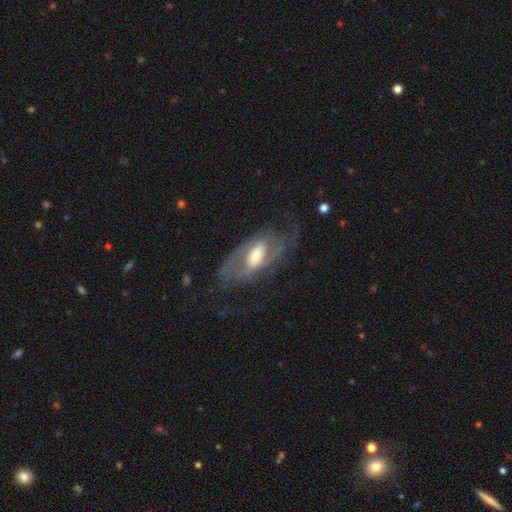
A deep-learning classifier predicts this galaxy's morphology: Smooth or featured: featured or disk — 80% (smooth — 14%)
Edge-on disk: no — 92% (yes — 8%)
Bar: weak — 44% (strong — 28%)
Spiral arms: yes — 87% (no — 13%)
Spiral winding: medium — 49% (loose — 29%)
Spiral arm count: 2 — 78% (can't tell — 11%)
Bulge size: moderate — 56% (small — 22%)
Merging: none — 58% (major disturbance — 21%)